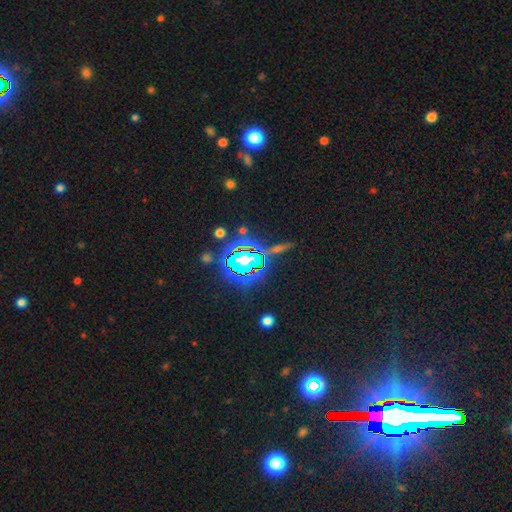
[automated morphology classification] The model was most divided on "smooth or featured": star or artifact: 85%, featured or disk: 7%, smooth: 7%.